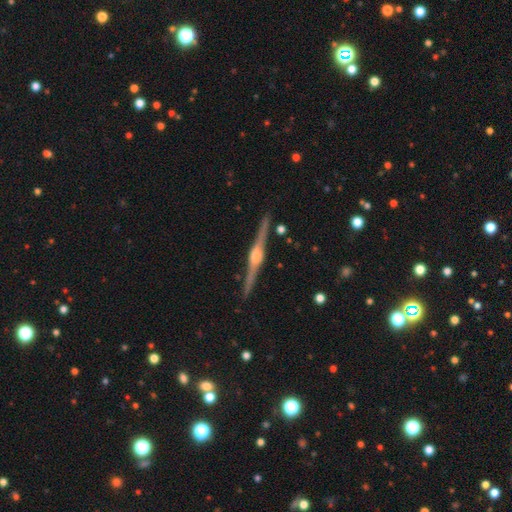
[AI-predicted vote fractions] Morphology: type=featured or disk (89%); edge-on=yes (99%); edge-on bulge=rounded (87%); merging=none (91%).